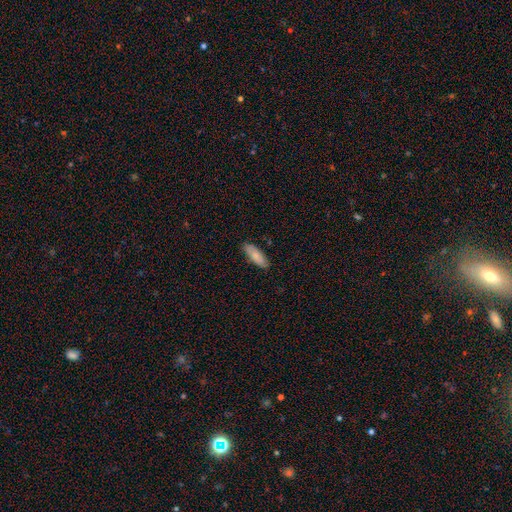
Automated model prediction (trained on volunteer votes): smooth-or-featured: smooth: 80% | featured or disk: 14% | star or artifact: 6%
  how-rounded: in between: 69% | cigar-shaped: 29% | round: 2%
  merging: none: 86% | minor disturbance: 11% | major disturbance: 2% | merger: 1%